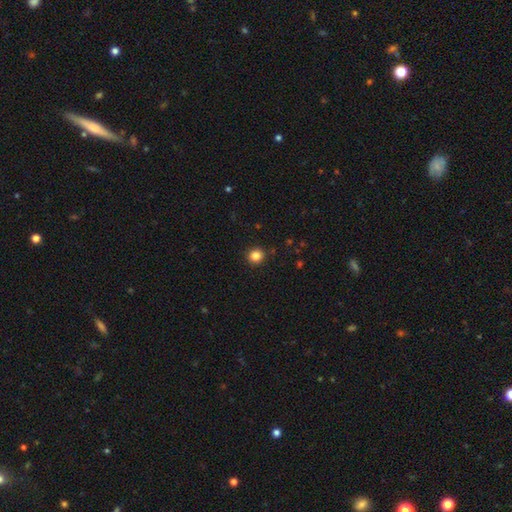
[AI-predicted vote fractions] This appears to be a smooth galaxy with no disk features (85%) that is round (90%). Merging: none (92%).